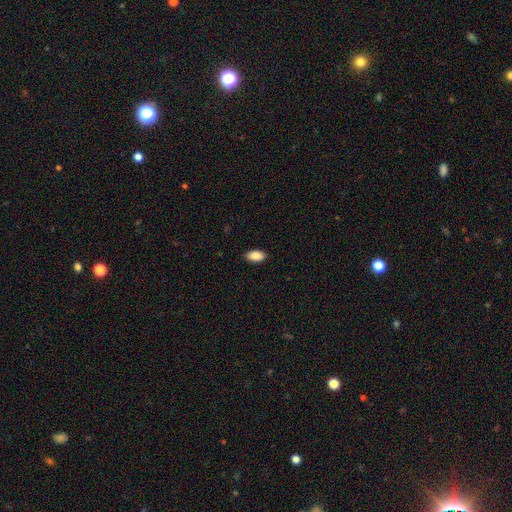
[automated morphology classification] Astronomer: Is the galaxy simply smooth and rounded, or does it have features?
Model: smooth — 89%.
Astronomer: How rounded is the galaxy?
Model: in between — 93%.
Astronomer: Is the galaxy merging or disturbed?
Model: none — 89%.